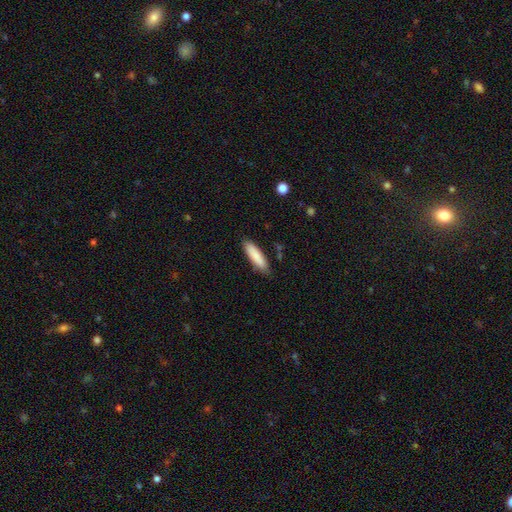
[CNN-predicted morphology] type=smooth (86%); roundness=cigar-shaped (65%); merging=none (84%).